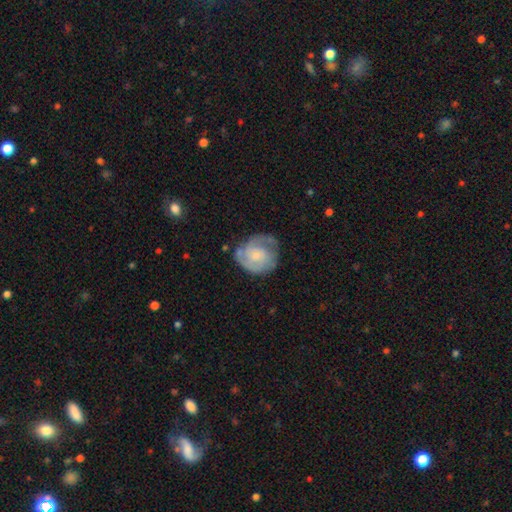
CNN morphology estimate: type=featured or disk (67%); edge-on=no (98%); bar=no (66%); spiral arms=yes (87%); winding=tight (50%); arm count=2 (44%); bulge=small (56%); merging=none (57%).